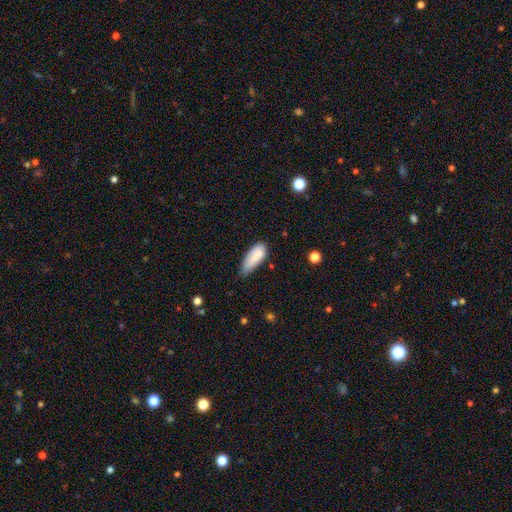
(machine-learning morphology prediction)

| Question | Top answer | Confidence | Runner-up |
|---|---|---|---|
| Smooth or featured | smooth | 84% | featured or disk (9%) |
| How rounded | in between | 72% | cigar-shaped (26%) |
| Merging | minor disturbance | 46% | none (40%) |